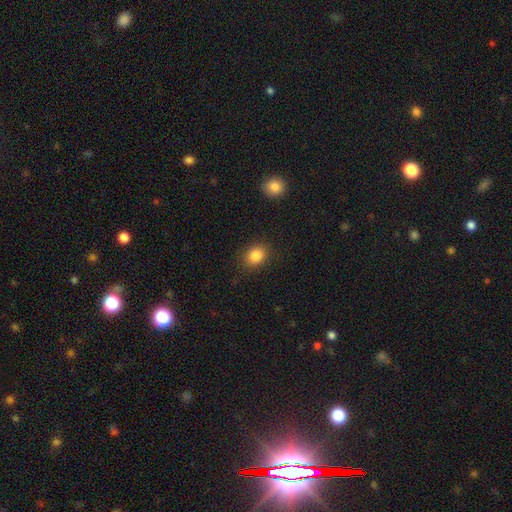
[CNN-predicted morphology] Smooth or featured: smooth — 85% (star or artifact — 10%)
How rounded: in between — 57% (round — 42%)
Merging: none — 86% (minor disturbance — 10%)